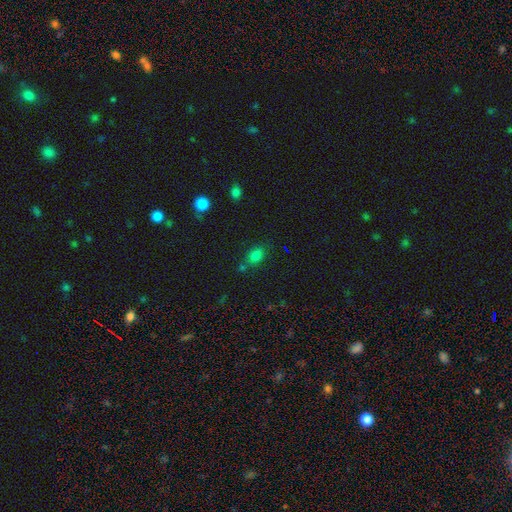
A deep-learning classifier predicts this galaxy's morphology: This appears to be a smooth galaxy with no disk features (76%) that is in between round and cigar-shaped (73%). Merging: none (68%).